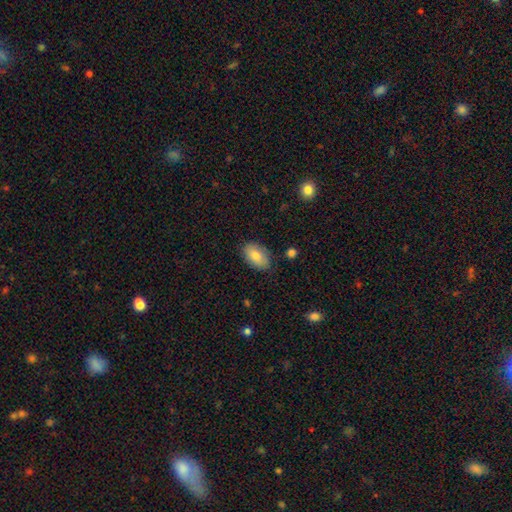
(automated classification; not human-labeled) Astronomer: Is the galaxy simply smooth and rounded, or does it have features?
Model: smooth — 80%.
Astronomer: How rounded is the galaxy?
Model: in between — 93%.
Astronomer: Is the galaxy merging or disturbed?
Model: none — 84%.